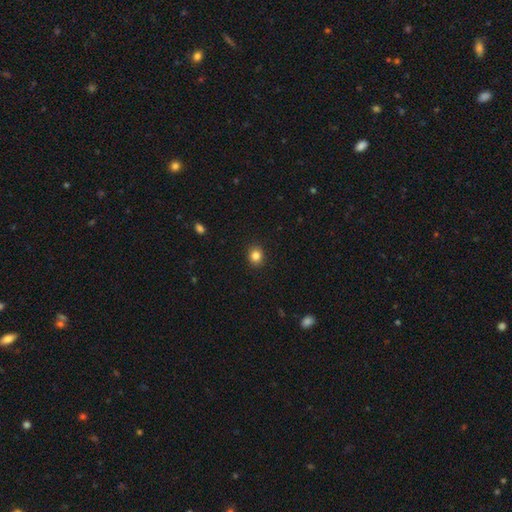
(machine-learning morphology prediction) A smooth galaxy with no disk features (84%) that is round (71%).

Vote fractions:
- Smooth or featured? smooth: 84% / star or artifact: 11% / featured or disk: 5%
- How rounded? round: 71% / in between: 28% / cigar-shaped: 1%
- Merging? none: 91% / minor disturbance: 6% / major disturbance: 2% / merger: 1%